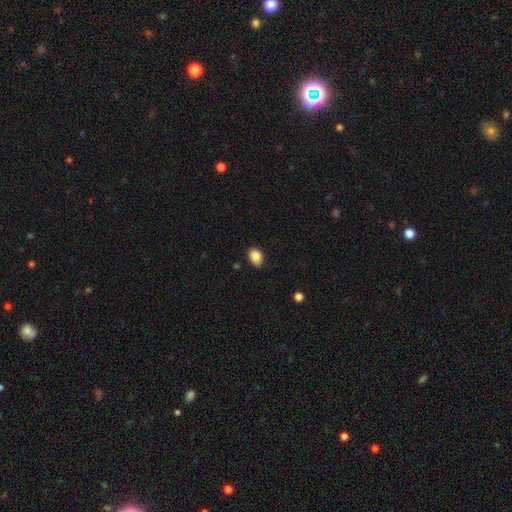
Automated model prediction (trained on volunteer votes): Morphology: type=smooth (85%); roundness=in between (75%); merging=none (77%).